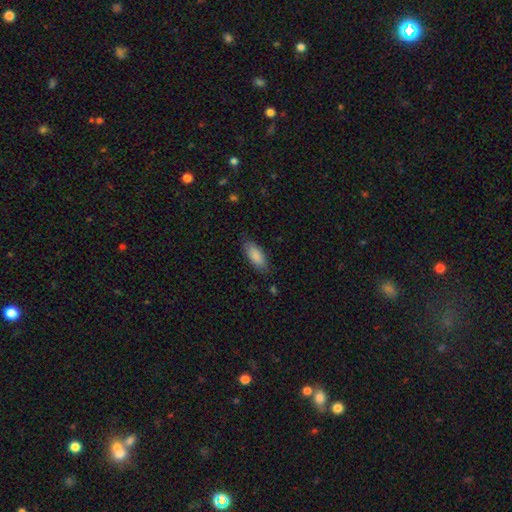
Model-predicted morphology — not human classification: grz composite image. It shows a smooth galaxy with no disk features (87%) that is in between round and cigar-shaped (80%). Merging: none (78%).